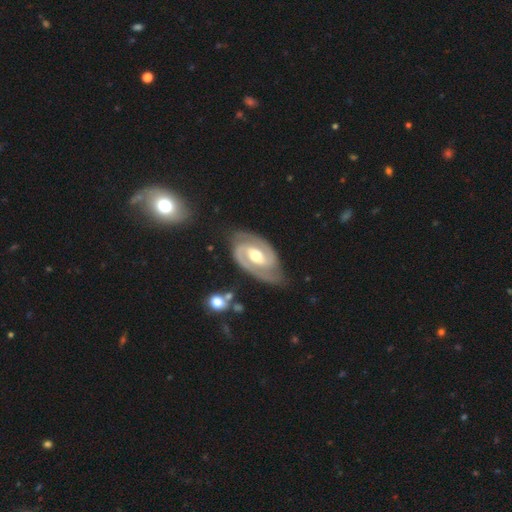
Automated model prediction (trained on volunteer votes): This appears to be a featured or disk galaxy (91%) with a weak bar (44%), 2 (90%) tight (46%) spiral arms (97%) and a moderate central bulge (76%). Merging: none (72%).